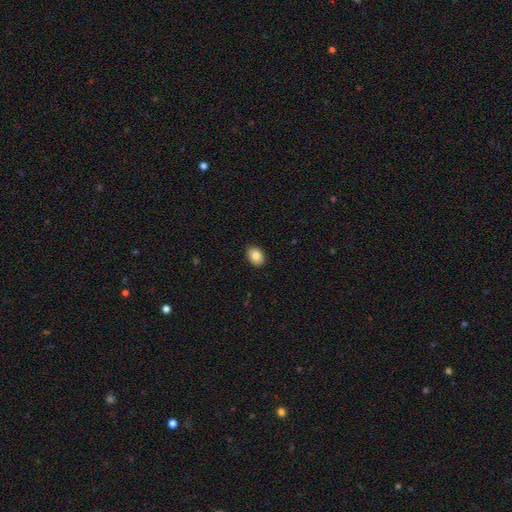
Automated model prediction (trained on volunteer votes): The model was most divided on "how rounded": in between: 68%, round: 31%, cigar-shaped: 1%. More confident: merging — none (90%); smooth or featured — smooth (84%).